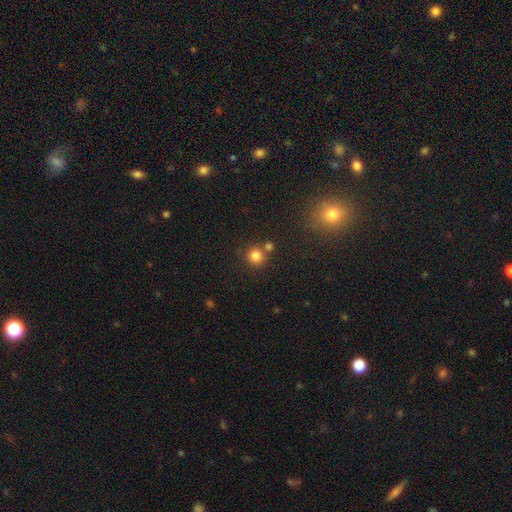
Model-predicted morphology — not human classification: smooth_or_featured: smooth (p=0.81) [alt: star or artifact p=0.13]
how_rounded: round (p=0.92) [alt: in between p=0.07]
merging: none (p=0.72) [alt: merger p=0.17]